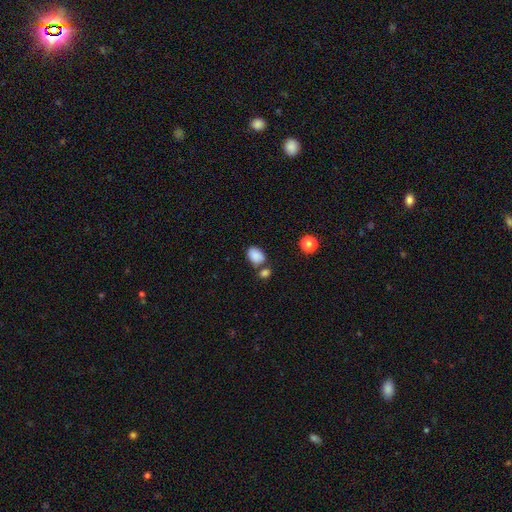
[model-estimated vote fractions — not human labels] Q: Smooth or featured?
A: smooth (86%); runner-up: star or artifact (9%)
Q: How rounded?
A: in between (79%); runner-up: round (20%)
Q: Merging?
A: none (59%); runner-up: merger (21%)